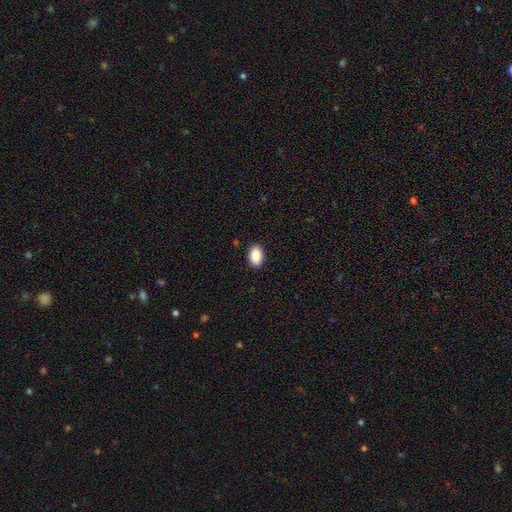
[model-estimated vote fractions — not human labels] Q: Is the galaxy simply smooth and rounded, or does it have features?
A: smooth — 90%.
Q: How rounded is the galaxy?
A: in between — 91%.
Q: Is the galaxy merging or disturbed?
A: none — 90%.